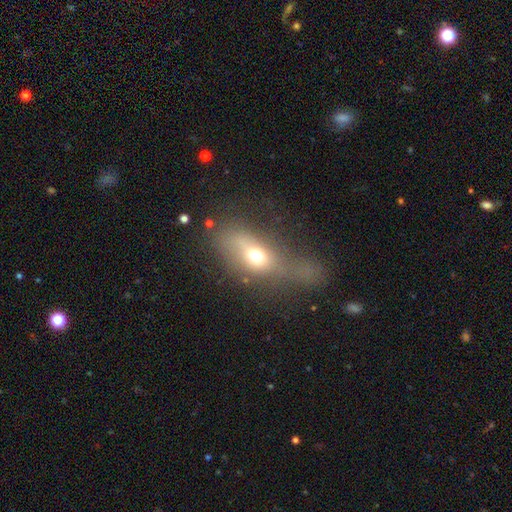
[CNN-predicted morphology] Smooth or featured? smooth (61%)
How rounded? in between (69%)
Merging? major disturbance (42%)